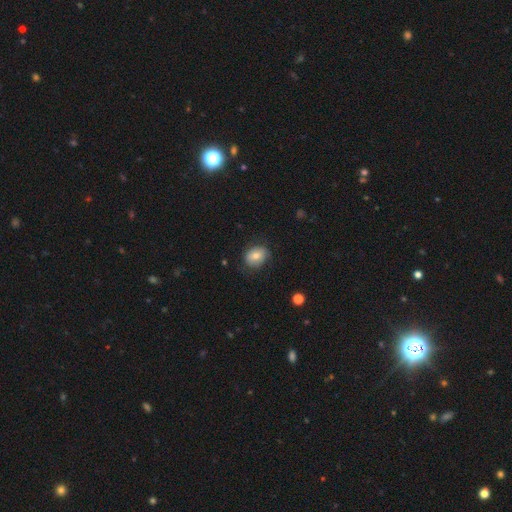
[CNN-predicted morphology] smooth-or-featured: smooth: 74% | featured or disk: 17% | star or artifact: 9%
  how-rounded: in between: 54% | round: 46% | cigar-shaped: 1%
  merging: none: 73% | minor disturbance: 21% | major disturbance: 5% | merger: 1%